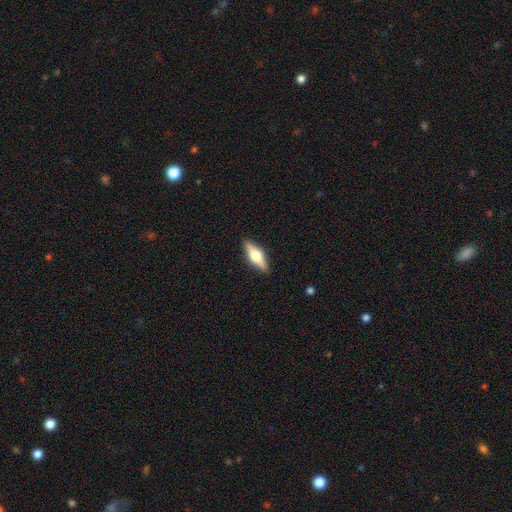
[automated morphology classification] Smooth or featured?
  - featured or disk: 54% *
  - smooth: 40%
  - star or artifact: 6%
Edge-on disk?
  - yes: 95% *
  - no: 5%
Edge-on bulge?
  - rounded: 93% *
  - boxy: 5%
  - none: 2%
Merging?
  - none: 89% *
  - minor disturbance: 8%
  - major disturbance: 2%
  - merger: 1%